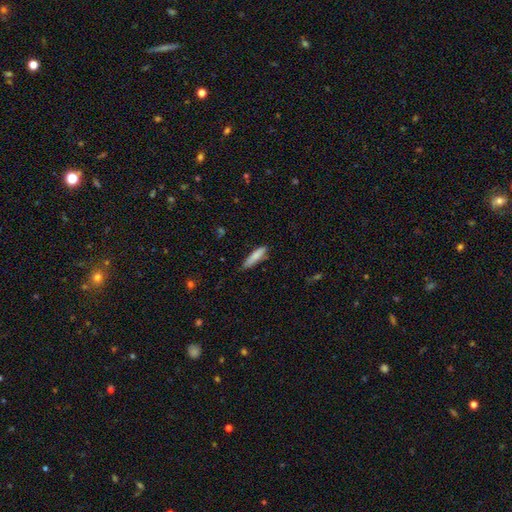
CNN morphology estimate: A smooth galaxy with no disk features (81%) that is cigar-shaped (75%).

Vote fractions:
- Smooth or featured? smooth: 81% / featured or disk: 13% / star or artifact: 6%
- How rounded? cigar-shaped: 75% / in between: 24% / round: 1%
- Merging? none: 74% / minor disturbance: 21% / major disturbance: 3% / merger: 2%